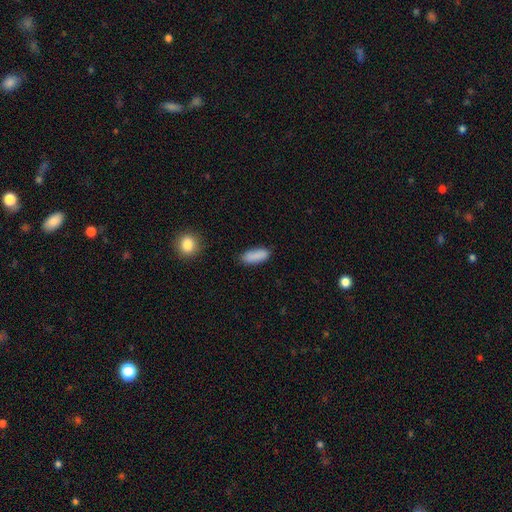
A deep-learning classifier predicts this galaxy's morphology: smooth 87%, star or artifact 7%, featured or disk 5%. Down the decision tree: how rounded — in between (75%); merging — none (80%).